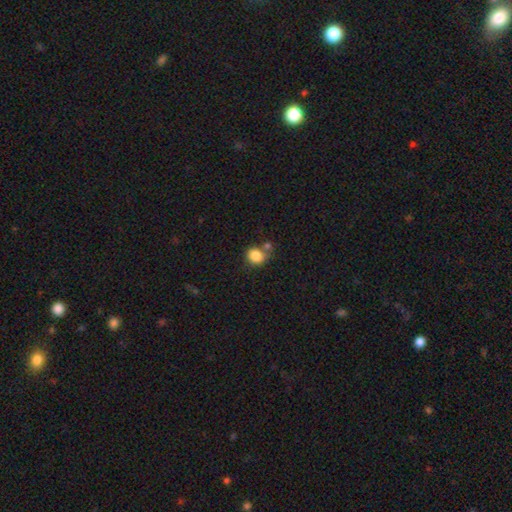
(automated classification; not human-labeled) Q: Smooth or featured?
A: smooth (84%); runner-up: star or artifact (10%)
Q: How rounded?
A: round (77%); runner-up: in between (22%)
Q: Merging?
A: none (60%); runner-up: merger (21%)